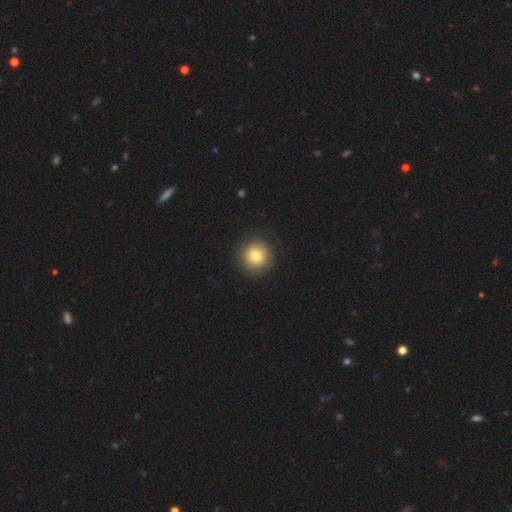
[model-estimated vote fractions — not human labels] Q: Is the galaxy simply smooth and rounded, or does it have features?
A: smooth — 80%.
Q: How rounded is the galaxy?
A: round — 94%.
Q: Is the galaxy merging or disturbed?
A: none — 89%.